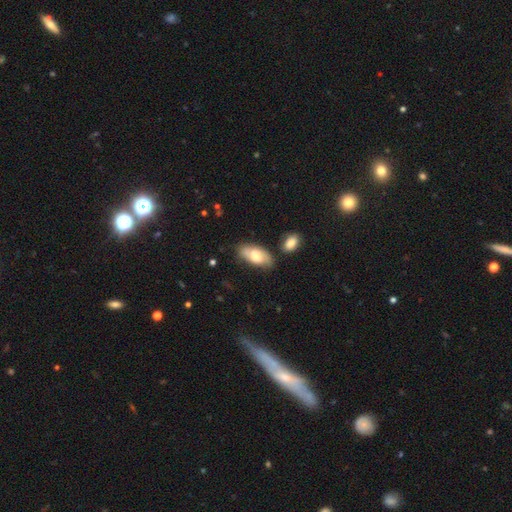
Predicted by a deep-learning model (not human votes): Smooth or featured? smooth (59%)
How rounded? in between (90%)
Merging? none (63%)